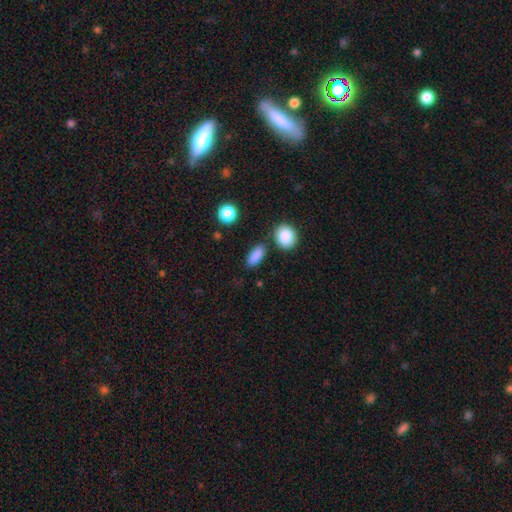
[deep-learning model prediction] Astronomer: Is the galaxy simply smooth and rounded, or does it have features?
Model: smooth — 87%.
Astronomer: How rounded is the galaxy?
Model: in between — 77%.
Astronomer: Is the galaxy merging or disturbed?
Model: none — 80%.